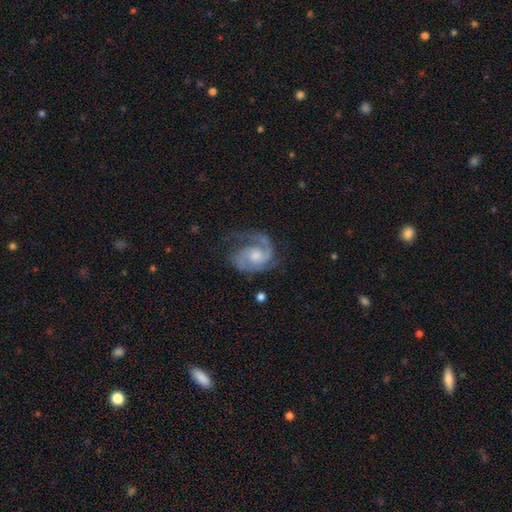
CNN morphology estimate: A featured or disk galaxy (89%) with no bar (64%), 2 (77%) medium (49%) spiral arms (97%) and a moderate central bulge (50%). Merging: none (62%).